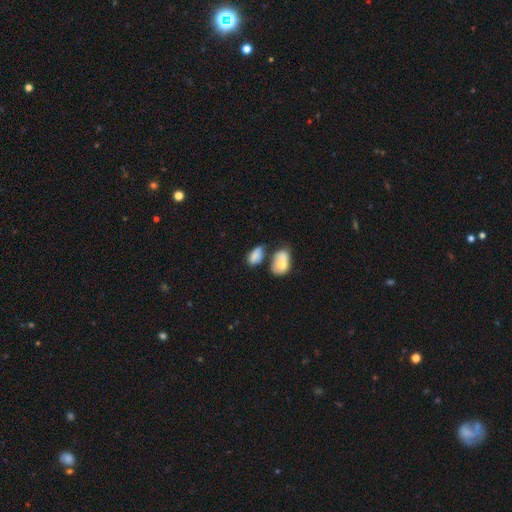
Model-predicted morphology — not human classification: smooth 80%, featured or disk 11%, star or artifact 8%. Down the decision tree: how rounded — in between (90%); merging — none (39%).